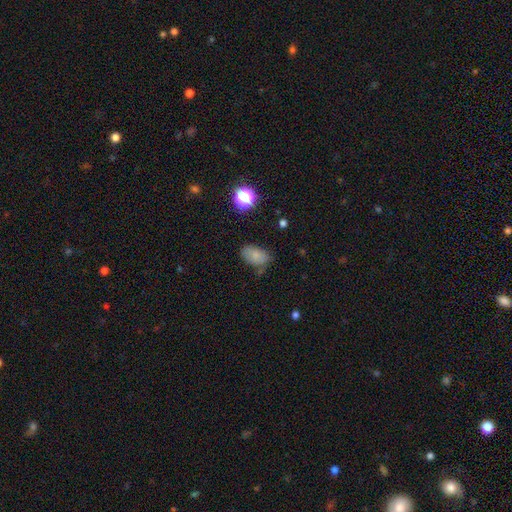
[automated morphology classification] This appears to be a smooth galaxy with no disk features (77%) that is in between round and cigar-shaped (89%). Merging: none (63%).